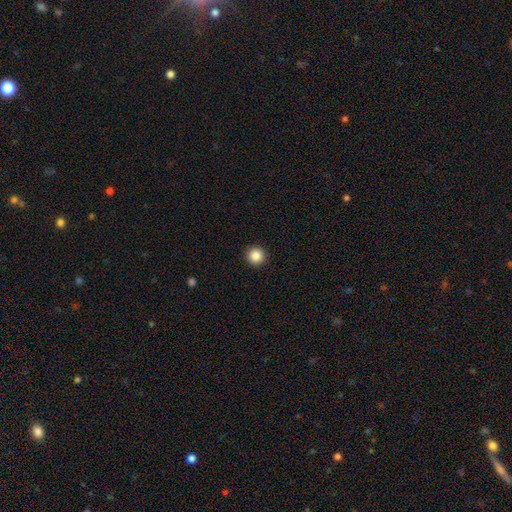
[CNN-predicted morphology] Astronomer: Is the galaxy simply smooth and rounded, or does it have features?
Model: smooth — 87%.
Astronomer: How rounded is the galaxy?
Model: round — 95%.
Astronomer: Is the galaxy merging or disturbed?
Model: none — 93%.